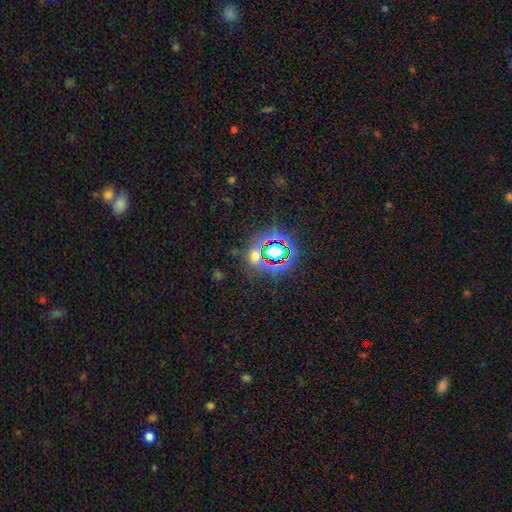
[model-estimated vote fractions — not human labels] Smooth or featured: star or artifact — 63% (smooth — 27%)